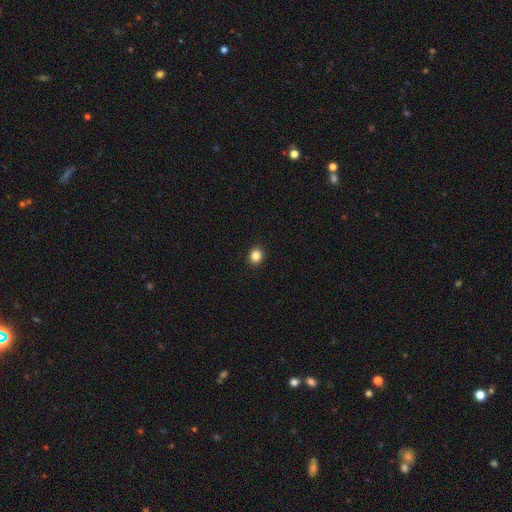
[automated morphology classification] Smooth or featured? Predicted: smooth (p=0.85). How rounded? Predicted: round (p=0.76). Merging? Predicted: none (p=0.93).